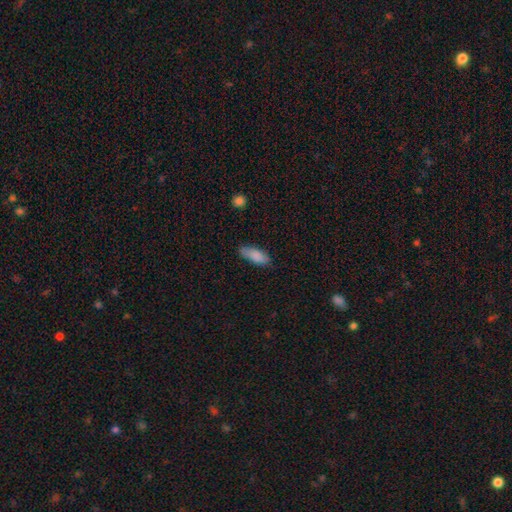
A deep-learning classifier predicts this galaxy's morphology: Smooth or featured?
  - smooth: 87% *
  - featured or disk: 7%
  - star or artifact: 6%
How rounded?
  - in between: 78% *
  - cigar-shaped: 20%
  - round: 2%
Merging?
  - none: 75% *
  - minor disturbance: 20%
  - major disturbance: 3%
  - merger: 2%